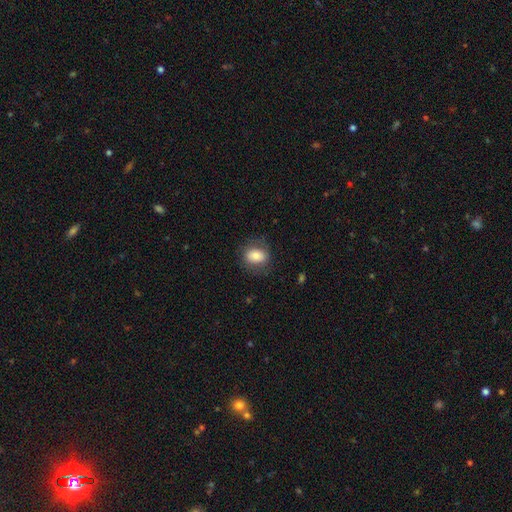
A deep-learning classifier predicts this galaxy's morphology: smooth 77%, featured or disk 15%, star or artifact 8%. Down the decision tree: how rounded — in between (62%); merging — none (75%).